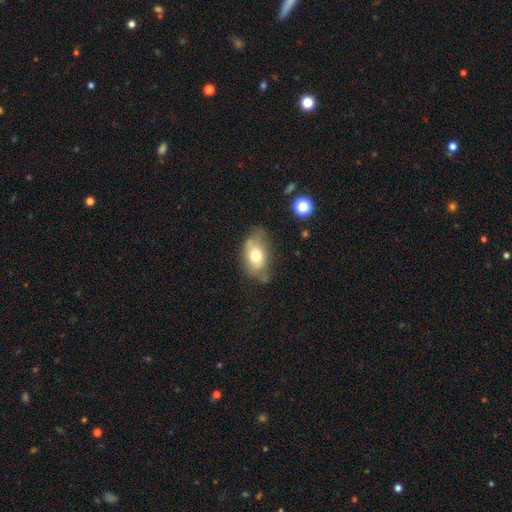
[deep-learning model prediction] Overall: smooth (66%). How rounded: in between (87%). Merging: none (53%; minor disturbance 32%).